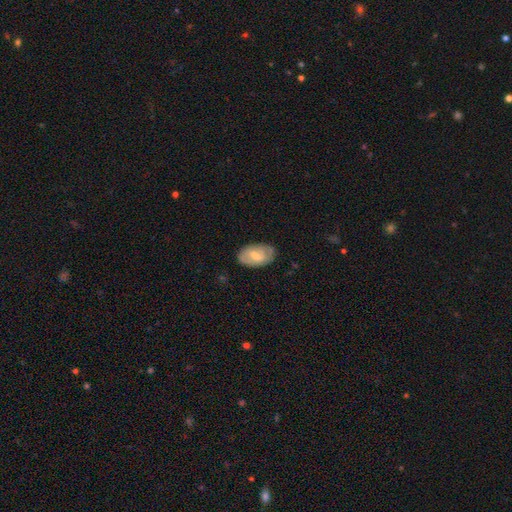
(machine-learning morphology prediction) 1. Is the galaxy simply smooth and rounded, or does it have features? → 51% smooth, 43% featured or disk, 6% star or artifact.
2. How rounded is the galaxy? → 92% in between, 6% round, 2% cigar-shaped.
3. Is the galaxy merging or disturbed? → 77% none, 18% minor disturbance, 4% major disturbance, 1% merger.